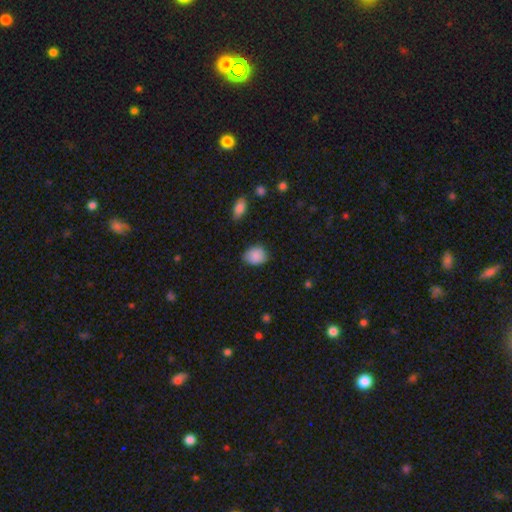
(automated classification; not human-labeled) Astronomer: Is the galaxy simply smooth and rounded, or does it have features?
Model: smooth — 88%.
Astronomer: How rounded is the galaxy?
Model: round — 55% (runner-up: in between, 44%).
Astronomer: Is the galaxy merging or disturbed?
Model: none — 75%.